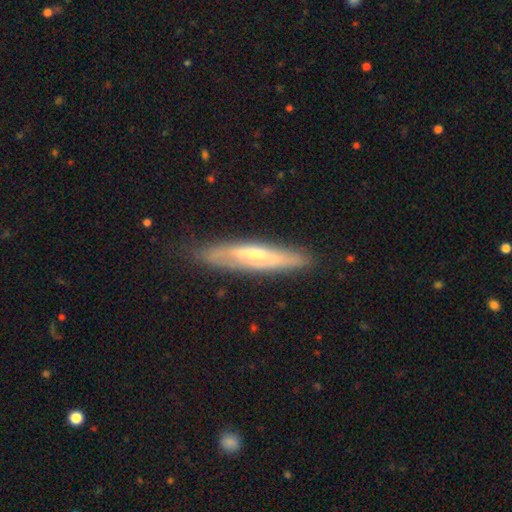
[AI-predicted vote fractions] Smooth or featured? Predicted: featured or disk (p=0.58). Edge-on disk? Predicted: yes (p=0.71). Merging? Predicted: none (p=0.79).